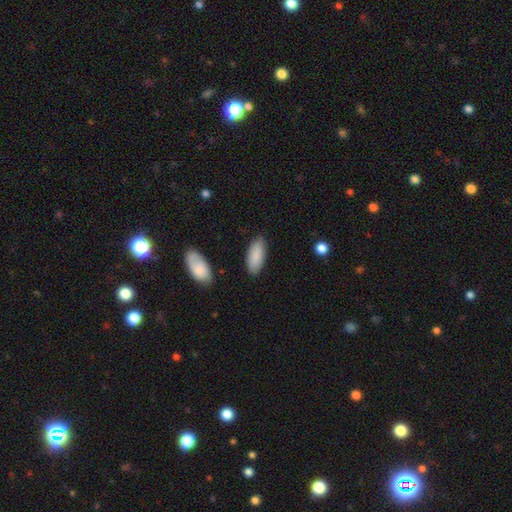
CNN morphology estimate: A smooth galaxy with no disk features (88%) that is in between round and cigar-shaped (86%).

Vote fractions:
- Smooth or featured? smooth: 88% / featured or disk: 7% / star or artifact: 6%
- How rounded? in between: 86% / cigar-shaped: 13% / round: 2%
- Merging? none: 84% / minor disturbance: 12% / major disturbance: 3% / merger: 2%